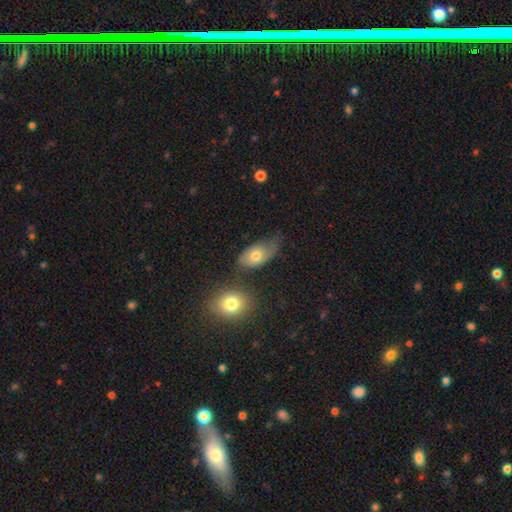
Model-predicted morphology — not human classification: Smooth or featured?
  - smooth: 64% *
  - featured or disk: 26%
  - star or artifact: 10%
How rounded?
  - in between: 84% *
  - round: 14%
  - cigar-shaped: 2%
Merging?
  - none: 41% *
  - minor disturbance: 30%
  - major disturbance: 18%
  - merger: 12%